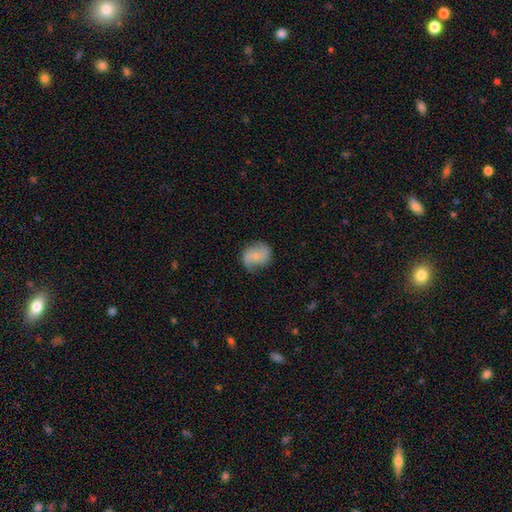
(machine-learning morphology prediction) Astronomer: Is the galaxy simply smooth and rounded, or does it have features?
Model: smooth — 50% (runner-up: featured or disk, 43%).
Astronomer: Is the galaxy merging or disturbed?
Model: none — 70%.